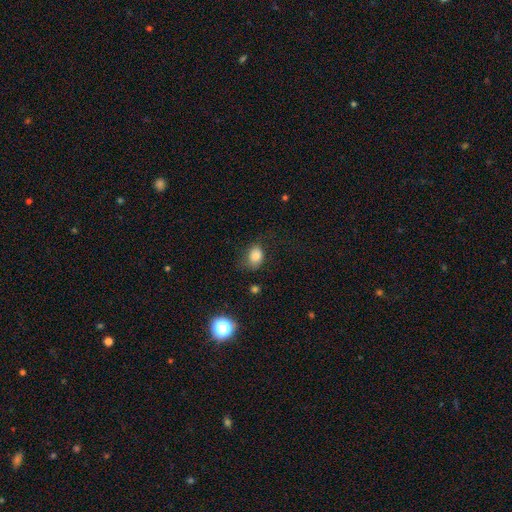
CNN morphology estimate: A smooth galaxy with no disk features (81%) that is in between round and cigar-shaped (65%). Merging: none (56%).